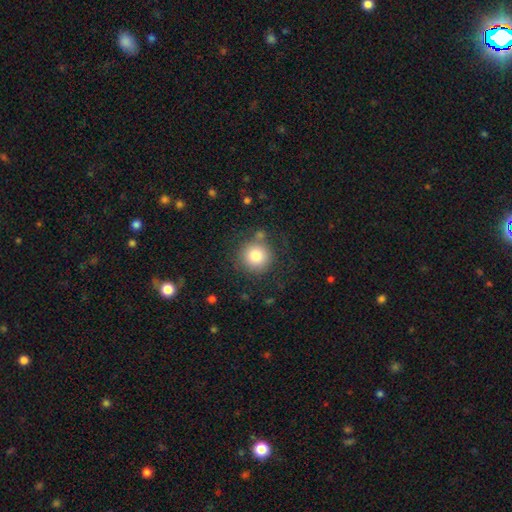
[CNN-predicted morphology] Overall: smooth (83%). How rounded: round (93%). Merging: none (77%).